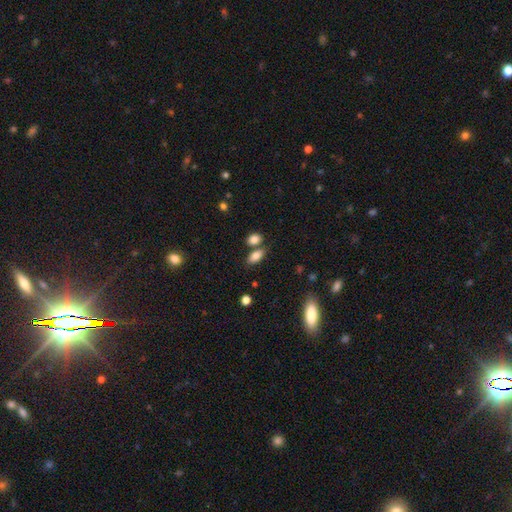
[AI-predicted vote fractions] The model was most divided on "merging": none: 62%, merger: 23%, minor disturbance: 11%, major disturbance: 3%. More confident: how rounded — in between (88%); smooth or featured — smooth (83%).